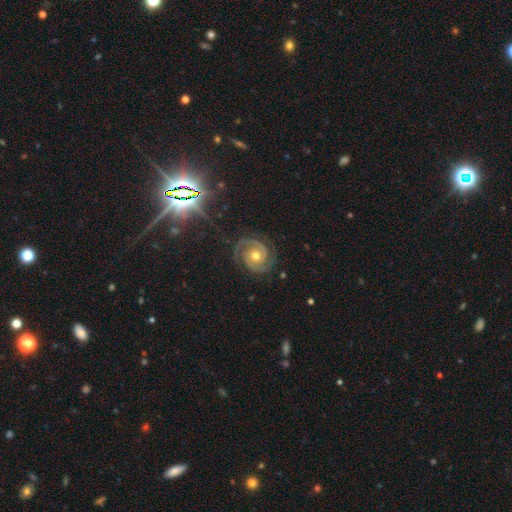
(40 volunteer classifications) Morphology: type=featured or disk (95%); edge-on=no (100%); bar=no (68%); spiral arms=yes (100%); winding=tight (61%); arm count=2 (89%); bulge=moderate (82%); merging=none (90%).